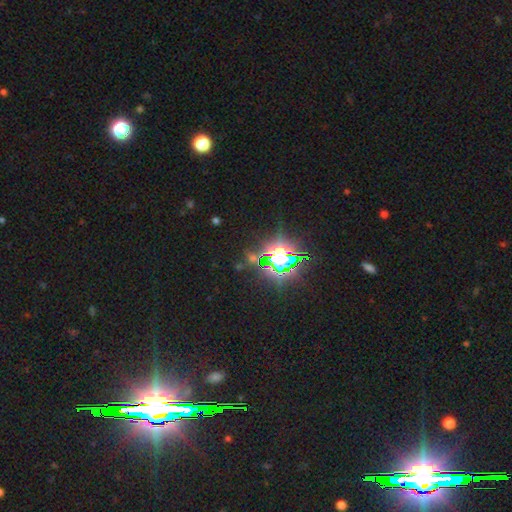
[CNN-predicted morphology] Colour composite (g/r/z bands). It shows a star or artifact, not a galaxy (81%).